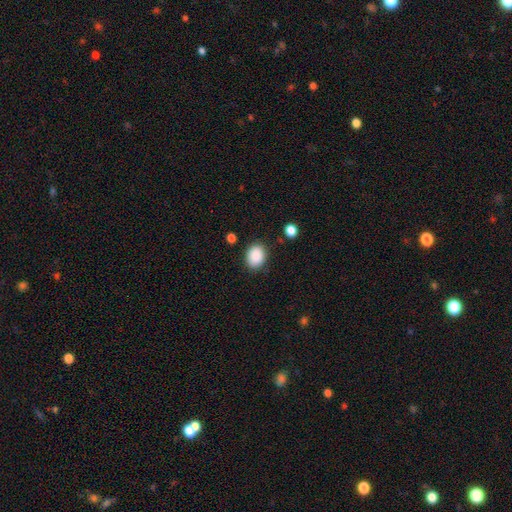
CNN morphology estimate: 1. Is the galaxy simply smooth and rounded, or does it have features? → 89% smooth, 8% star or artifact, 3% featured or disk.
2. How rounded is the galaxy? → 62% in between, 38% round, 1% cigar-shaped.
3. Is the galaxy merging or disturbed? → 84% none, 11% minor disturbance, 3% major disturbance, 2% merger.